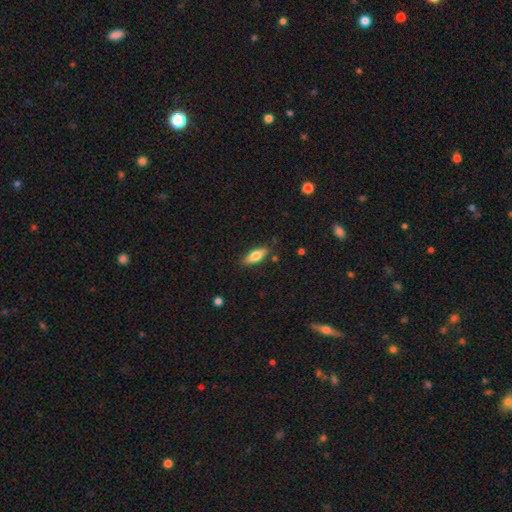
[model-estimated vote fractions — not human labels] Smooth or featured? Predicted: smooth (p=0.69). How rounded? Predicted: in between (p=0.64). Merging? Predicted: none (p=0.84).